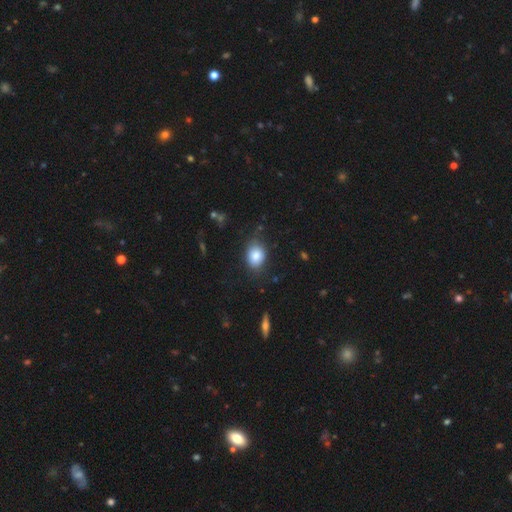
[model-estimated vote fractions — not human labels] Q: Smooth or featured?
A: smooth (83%); runner-up: star or artifact (9%)
Q: How rounded?
A: in between (64%); runner-up: round (35%)
Q: Merging?
A: none (76%); runner-up: minor disturbance (18%)